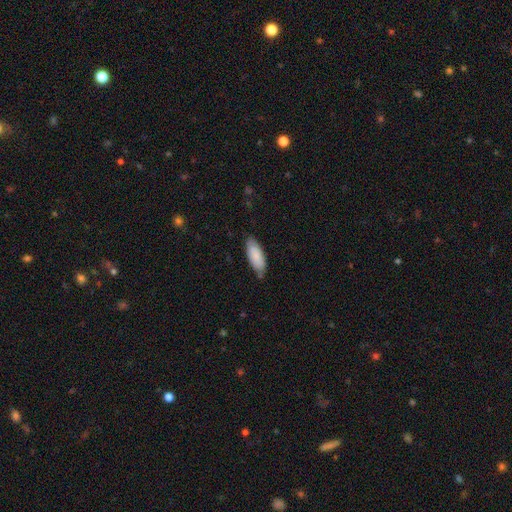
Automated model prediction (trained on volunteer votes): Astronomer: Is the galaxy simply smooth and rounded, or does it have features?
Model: smooth — 85%.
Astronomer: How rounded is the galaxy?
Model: in between — 78%.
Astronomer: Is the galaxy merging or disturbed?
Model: none — 73%.